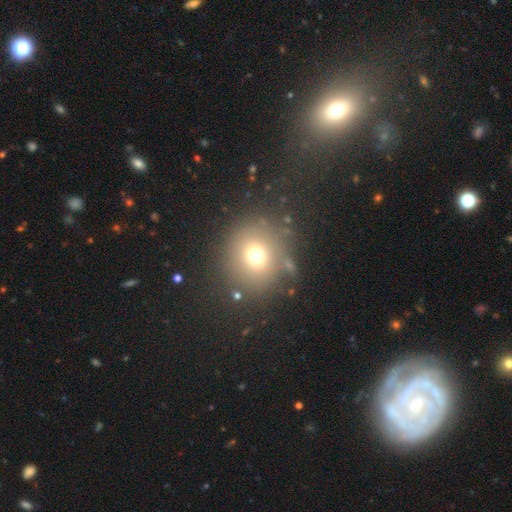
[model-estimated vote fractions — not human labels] Smooth or featured: smooth — 70% (star or artifact — 18%)
How rounded: round — 87% (in between — 12%)
Merging: none — 79% (minor disturbance — 11%)